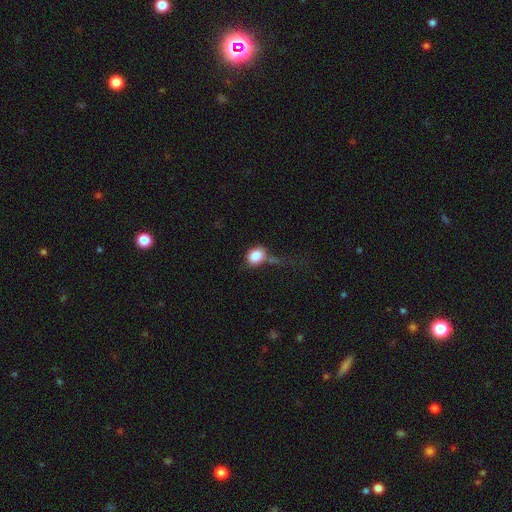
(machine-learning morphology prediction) This is clearly a smooth galaxy (83%). How rounded: possibly in between (58%). Merging: marginally none (38%).